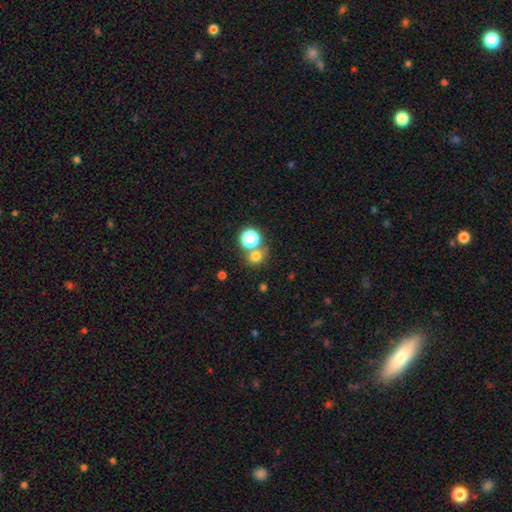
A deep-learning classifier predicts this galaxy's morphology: type=smooth (71%); roundness=round (80%); merging=none (64%).